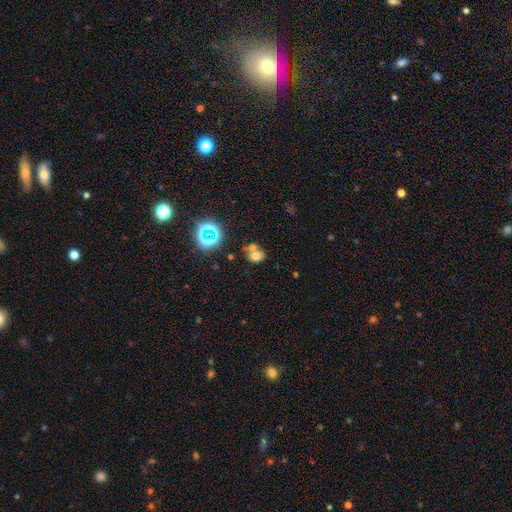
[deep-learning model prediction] smooth-or-featured: smooth: 64% | star or artifact: 20% | featured or disk: 16%
  how-rounded: round: 54% | in between: 45% | cigar-shaped: 1%
  merging: none: 43% | merger: 42% | minor disturbance: 11% | major disturbance: 4%